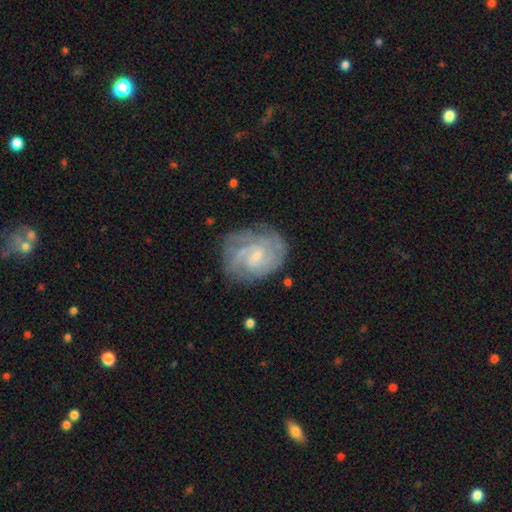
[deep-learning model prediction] Overall: featured or disk (85%). Edge-on disk: no (98%). Bar: weak (51%; no 40%). Spiral arms: yes (96%). Spiral arm count: 2 (34%; can't tell 26%). Spiral winding: tight (66%; medium 28%). Bulge size: small (66%). Merging: none (74%).